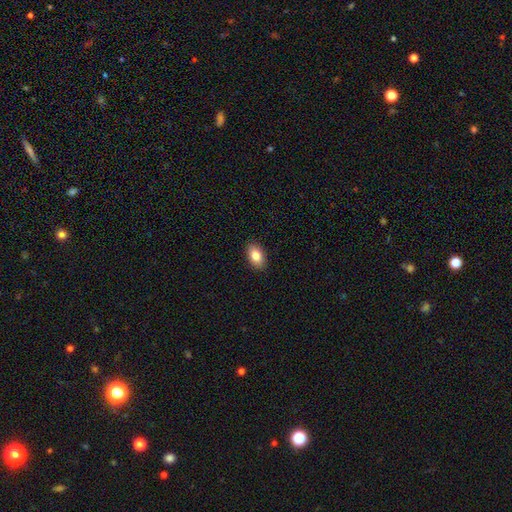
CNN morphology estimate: A smooth galaxy with no disk features (85%) that is in between round and cigar-shaped (92%). Merging: none (90%).